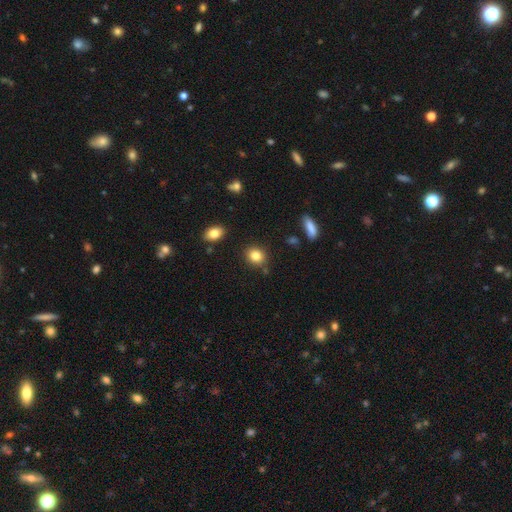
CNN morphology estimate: Q: Smooth or featured?
A: smooth (84%); runner-up: star or artifact (9%)
Q: How rounded?
A: round (68%); runner-up: in between (31%)
Q: Merging?
A: none (84%); runner-up: minor disturbance (10%)